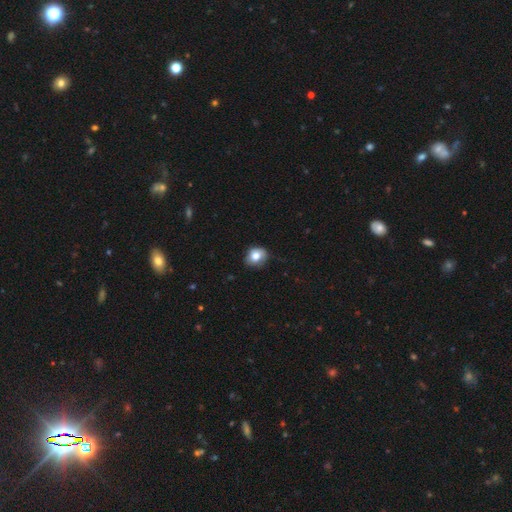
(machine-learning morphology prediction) This is likely a smooth galaxy (79%). How rounded: likely round (62%). Merging: likely none (68%).